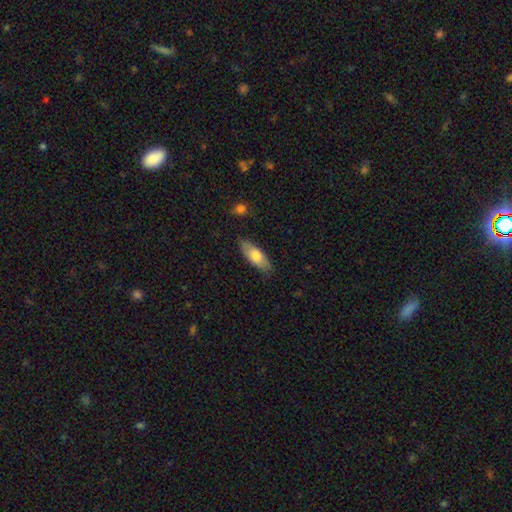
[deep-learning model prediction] This appears to be a smooth galaxy with no disk features (73%) that is in between round and cigar-shaped (67%). Merging: none (83%).